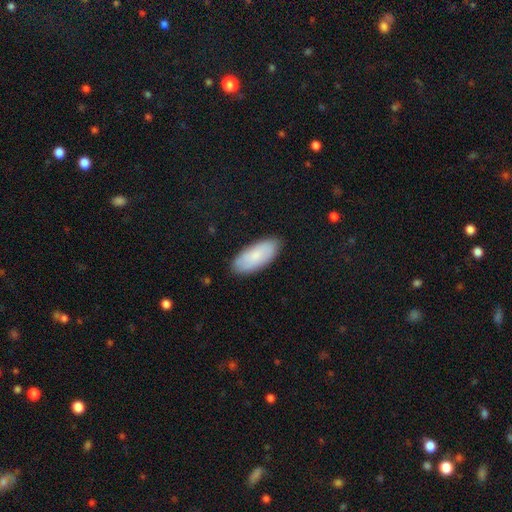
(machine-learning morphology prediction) A smooth galaxy with no disk features (80%) that is in between round and cigar-shaped (87%). Merging: none (87%).